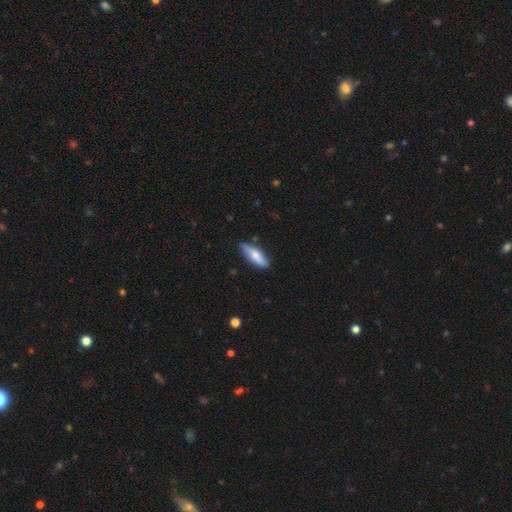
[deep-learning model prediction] Smooth or featured? smooth (66%)
How rounded? in between (51%)
Merging? none (82%)